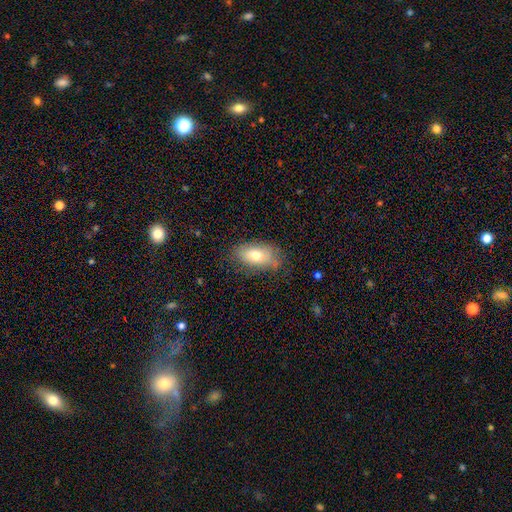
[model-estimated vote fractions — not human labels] smooth-or-featured: smooth: 73% | featured or disk: 19% | star or artifact: 8%
  how-rounded: in between: 90% | round: 6% | cigar-shaped: 4%
  merging: none: 70% | minor disturbance: 22% | major disturbance: 6% | merger: 2%